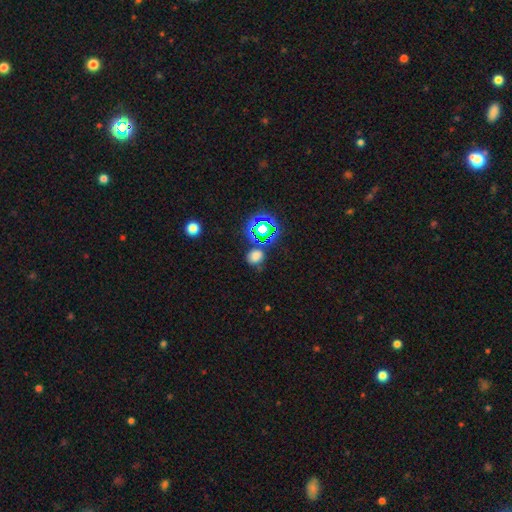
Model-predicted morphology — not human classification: A smooth galaxy with no disk features (60%) that is round (62%).

Vote fractions:
- Smooth or featured? smooth: 60% / star or artifact: 32% / featured or disk: 7%
- How rounded? round: 62% / in between: 36% / cigar-shaped: 1%
- Merging? none: 70% / minor disturbance: 16% / merger: 7% / major disturbance: 6%